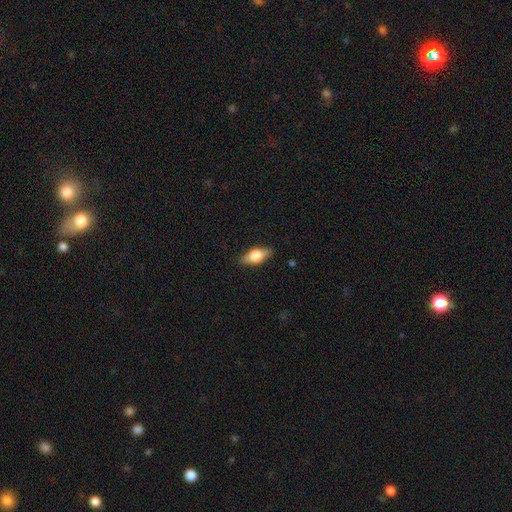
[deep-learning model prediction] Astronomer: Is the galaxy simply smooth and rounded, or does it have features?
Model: smooth — 62%.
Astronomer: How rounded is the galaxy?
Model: in between — 79%.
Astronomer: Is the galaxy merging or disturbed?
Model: none — 86%.